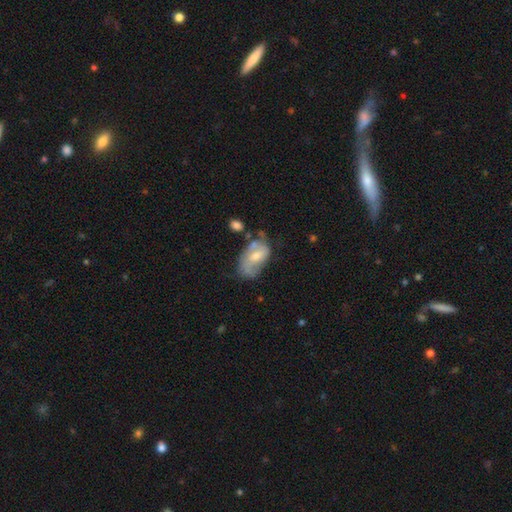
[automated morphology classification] type=featured or disk (50%); merging=none (38%).